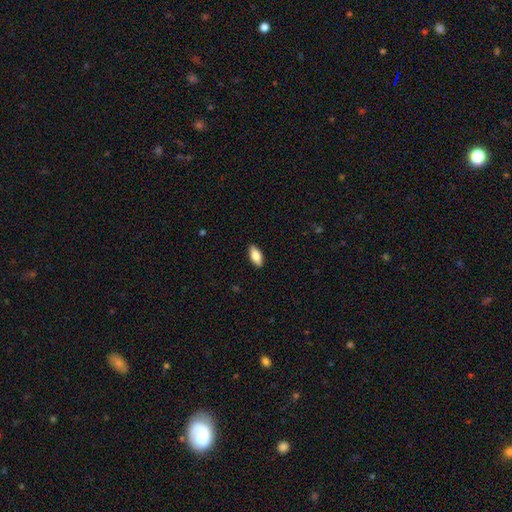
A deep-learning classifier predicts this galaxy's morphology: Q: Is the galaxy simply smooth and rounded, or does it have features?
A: smooth — 79%.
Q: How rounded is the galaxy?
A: in between — 85%.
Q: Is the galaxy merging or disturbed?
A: none — 89%.